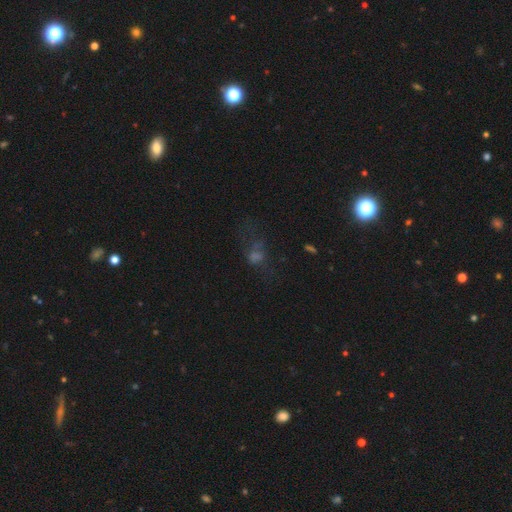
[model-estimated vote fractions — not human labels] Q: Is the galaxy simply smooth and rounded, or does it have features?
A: star or artifact — 38%.